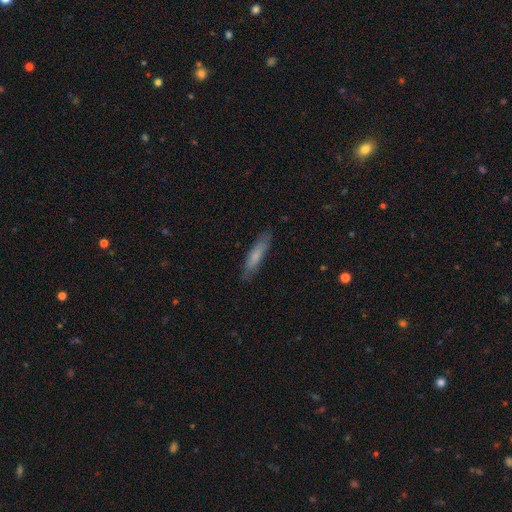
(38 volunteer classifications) Smooth or featured: smooth — 68% (featured or disk — 32%)
How rounded: cigar-shaped — 85% (in between — 15%)
Merging: none — 68% (minor disturbance — 32%)